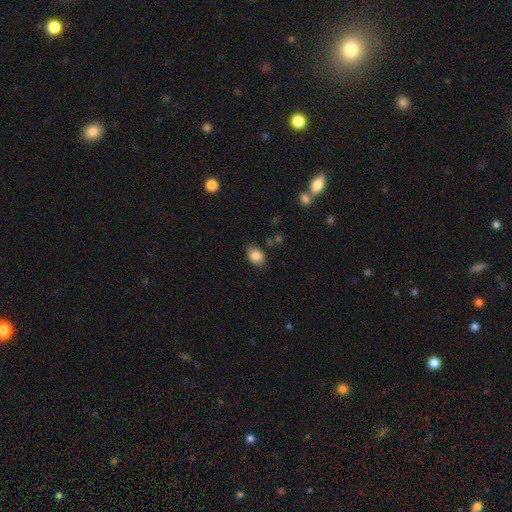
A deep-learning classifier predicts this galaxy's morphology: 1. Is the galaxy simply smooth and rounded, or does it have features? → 85% smooth, 8% star or artifact, 7% featured or disk.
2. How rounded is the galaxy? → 79% in between, 20% round, 1% cigar-shaped.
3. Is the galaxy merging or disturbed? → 79% none, 15% minor disturbance, 4% major disturbance, 2% merger.